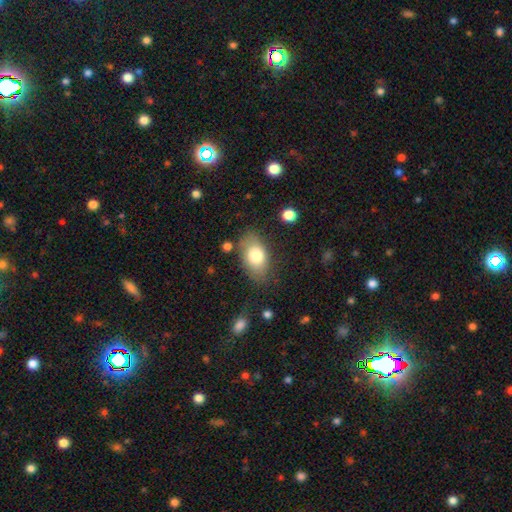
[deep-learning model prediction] The model was most divided on "merging": none: 74%, minor disturbance: 18%, major disturbance: 6%, merger: 3%. More confident: how rounded — in between (89%); smooth or featured — smooth (76%).